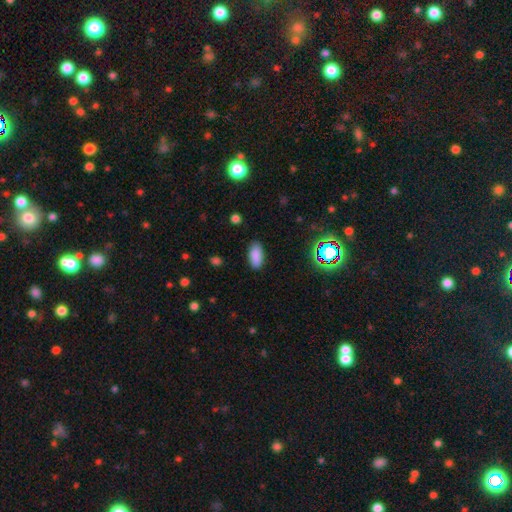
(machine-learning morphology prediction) Smooth or featured?
  - smooth: 86% *
  - star or artifact: 10%
  - featured or disk: 4%
How rounded?
  - in between: 90% *
  - cigar-shaped: 7%
  - round: 3%
Merging?
  - none: 86% *
  - minor disturbance: 11%
  - major disturbance: 3%
  - merger: 1%